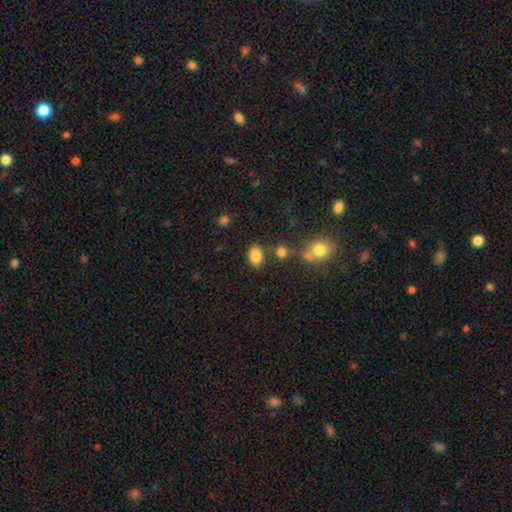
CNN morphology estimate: The model was most divided on "how rounded": in between: 82%, round: 17%, cigar-shaped: 1%. More confident: smooth or featured — smooth (84%); merging — none (78%).